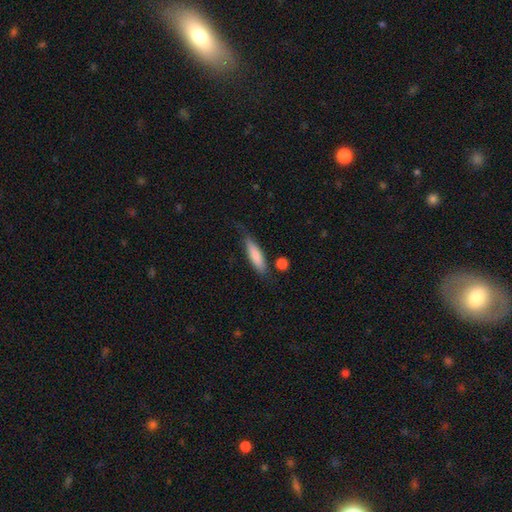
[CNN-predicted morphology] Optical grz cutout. It shows a smooth galaxy with no disk features (79%) that is cigar-shaped (69%). Merging: none (64%).